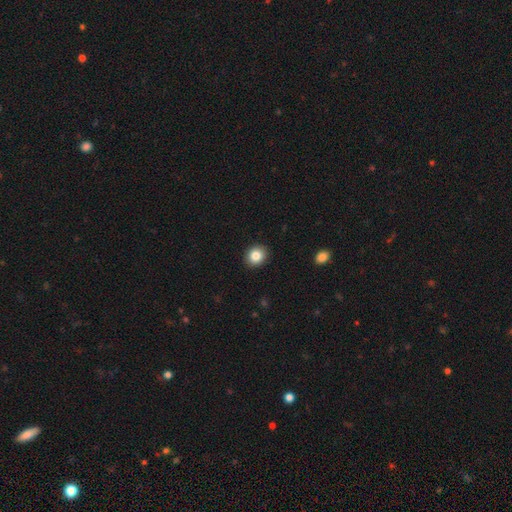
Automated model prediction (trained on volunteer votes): smooth-or-featured: smooth: 84% | star or artifact: 9% | featured or disk: 7%
  how-rounded: round: 75% | in between: 24% | cigar-shaped: 1%
  merging: none: 92% | minor disturbance: 6% | major disturbance: 2% | merger: 1%